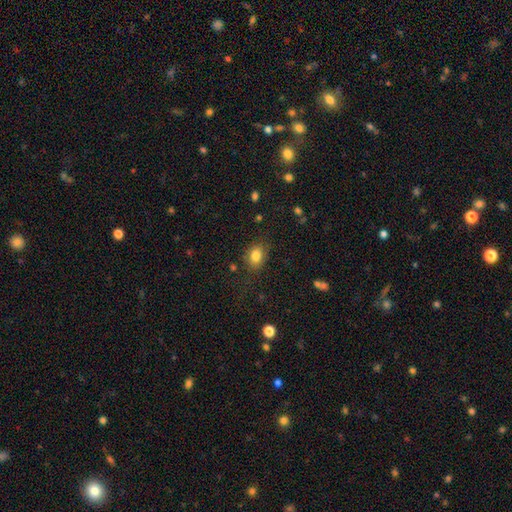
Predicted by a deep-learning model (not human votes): Smooth or featured?
  - smooth: 82% *
  - star or artifact: 10%
  - featured or disk: 8%
How rounded?
  - in between: 63% *
  - round: 36%
  - cigar-shaped: 1%
Merging?
  - none: 78% *
  - minor disturbance: 15%
  - major disturbance: 5%
  - merger: 2%